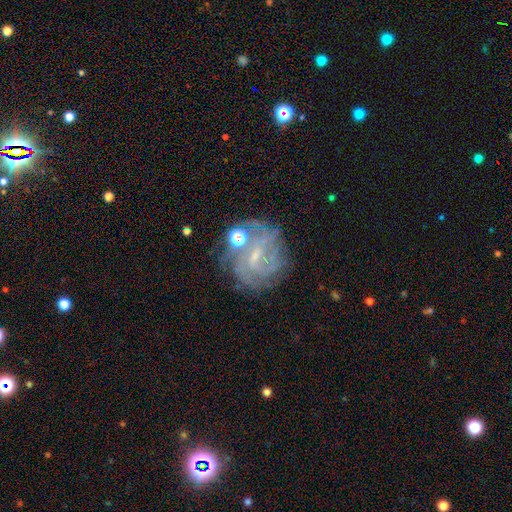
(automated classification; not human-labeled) Smooth or featured?
  - featured or disk: 71% *
  - smooth: 15%
  - star or artifact: 14%
Edge-on disk?
  - no: 97% *
  - yes: 3%
Bar?
  - weak: 50% *
  - no: 33%
  - strong: 17%
Spiral arms?
  - yes: 80% *
  - no: 20%
Spiral winding?
  - tight: 56% *
  - medium: 32%
  - loose: 12%
Spiral arm count?
  - can't tell: 48% *
  - 3: 14%
  - 2: 13%
  - 4: 13%
  - more than 4: 7%
  - 1: 6%
Bulge size?
  - small: 61% *
  - none: 19%
  - moderate: 18%
  - large: 2%
  - dominant: 1%
Merging?
  - none: 63% *
  - minor disturbance: 17%
  - major disturbance: 12%
  - merger: 8%